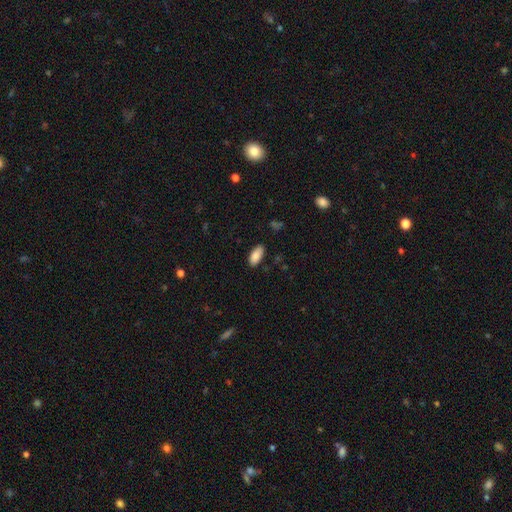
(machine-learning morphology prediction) Smooth or featured?
  - smooth: 87% *
  - star or artifact: 7%
  - featured or disk: 6%
How rounded?
  - in between: 91% *
  - cigar-shaped: 7%
  - round: 2%
Merging?
  - none: 85% *
  - minor disturbance: 12%
  - major disturbance: 2%
  - merger: 1%